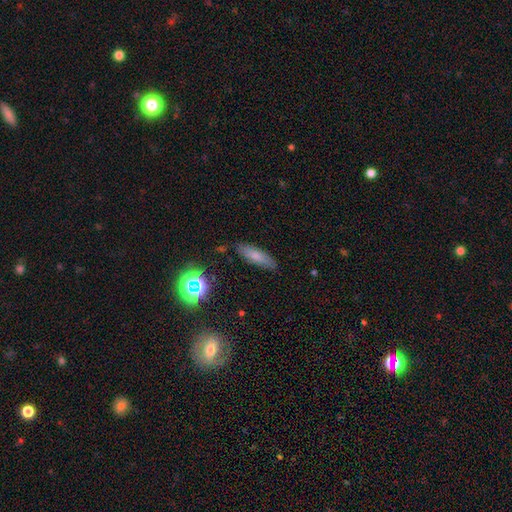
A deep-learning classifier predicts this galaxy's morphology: smooth-or-featured: smooth: 70% | featured or disk: 18% | star or artifact: 13%
  how-rounded: cigar-shaped: 56% | in between: 41% | round: 3%
  merging: none: 84% | minor disturbance: 12% | major disturbance: 3% | merger: 2%